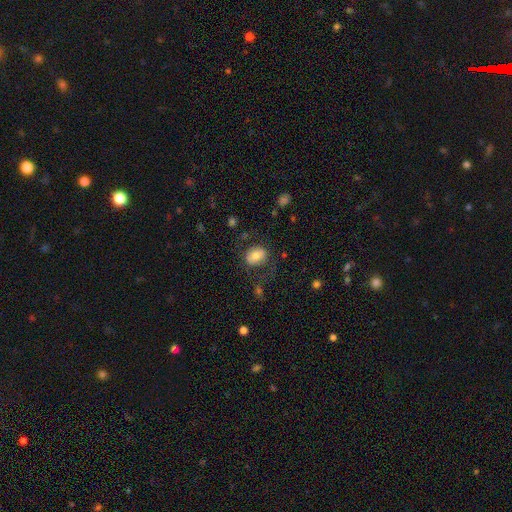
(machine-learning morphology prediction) type=smooth (72%); roundness=in between (57%); merging=none (69%).